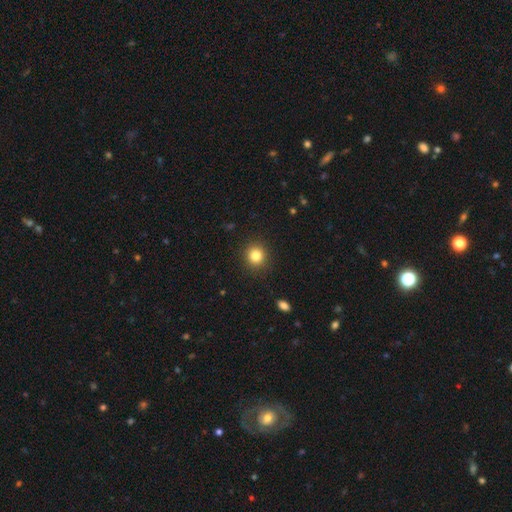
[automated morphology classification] This is clearly a smooth galaxy (83%). How rounded: clearly round (90%). Merging: clearly none (91%).